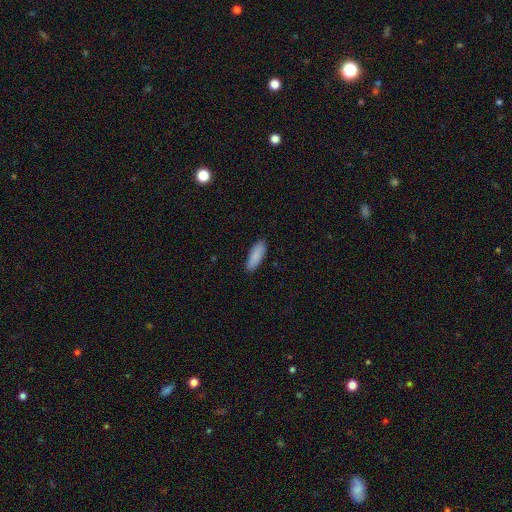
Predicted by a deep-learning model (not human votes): Smooth or featured: smooth — 88% (featured or disk — 6%)
How rounded: in between — 64% (cigar-shaped — 34%)
Merging: none — 88% (minor disturbance — 10%)